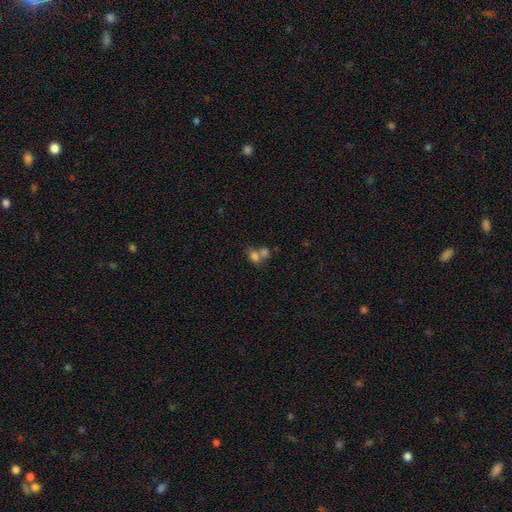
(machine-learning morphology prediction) Smooth or featured? Predicted: smooth (p=0.70). How rounded? Predicted: in between (p=0.59). Merging? Predicted: merger (p=0.59).